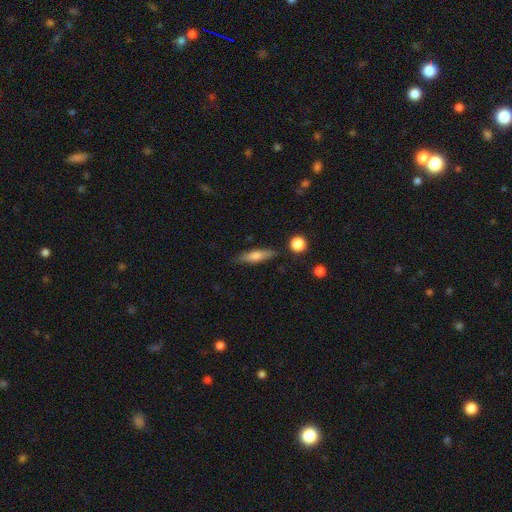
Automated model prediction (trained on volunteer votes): The model was most divided on "smooth or featured": smooth: 64%, featured or disk: 29%, star or artifact: 7%. More confident: merging — none (81%); how rounded — cigar-shaped (67%).